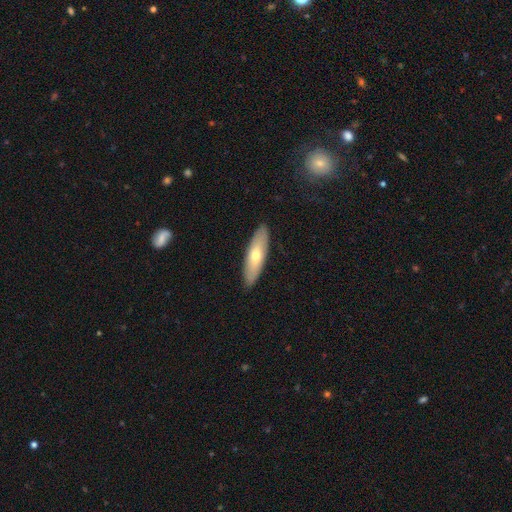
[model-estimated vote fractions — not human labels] Q: Smooth or featured?
A: smooth (59%); runner-up: featured or disk (35%)
Q: How rounded?
A: cigar-shaped (51%); runner-up: in between (47%)
Q: Merging?
A: none (89%); runner-up: minor disturbance (9%)